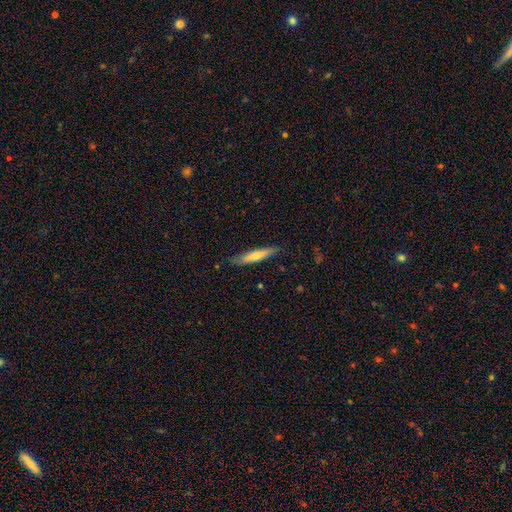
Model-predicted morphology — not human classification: Smooth or featured?
  - smooth: 70% *
  - featured or disk: 25%
  - star or artifact: 6%
How rounded?
  - cigar-shaped: 87% *
  - in between: 12%
  - round: 1%
Merging?
  - none: 84% *
  - minor disturbance: 13%
  - major disturbance: 2%
  - merger: 1%